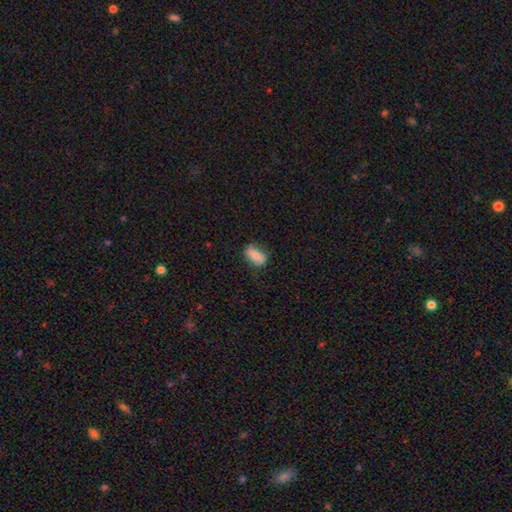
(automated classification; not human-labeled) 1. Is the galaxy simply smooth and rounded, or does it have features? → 76% smooth, 16% featured or disk, 7% star or artifact.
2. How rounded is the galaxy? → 87% in between, 7% cigar-shaped, 6% round.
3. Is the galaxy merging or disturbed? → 76% none, 19% minor disturbance, 4% major disturbance, 1% merger.